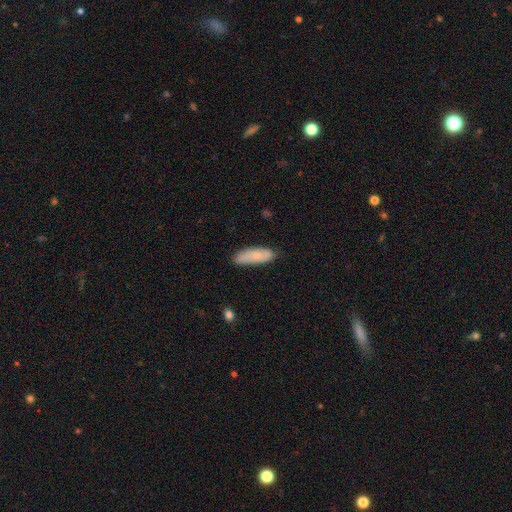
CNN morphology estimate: A smooth galaxy with no disk features (71%) that is in between round and cigar-shaped (57%). Merging: none (78%).